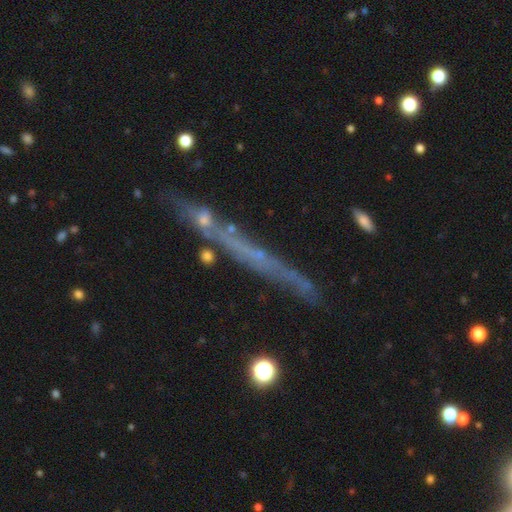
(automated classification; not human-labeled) smooth_or_featured: featured or disk (p=0.58) [alt: smooth p=0.28]
disk_edge_on: yes (p=0.89) [alt: no p=0.11]
edge_on_bulge: none (p=0.81) [alt: rounded p=0.14]
merging: none (p=0.74) [alt: minor disturbance p=0.15]